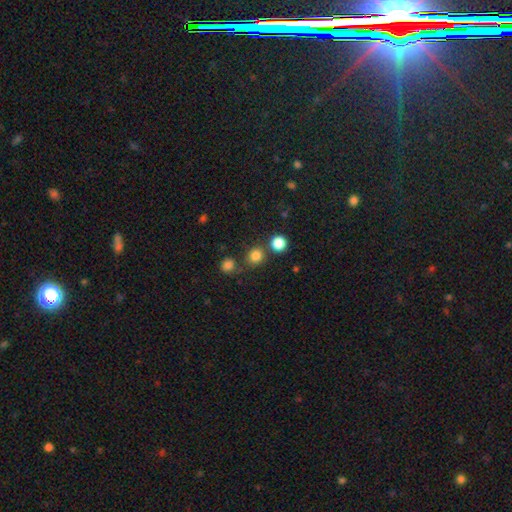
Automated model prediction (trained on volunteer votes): Morphology: type=smooth (80%); roundness=round (86%); merging=none (76%).